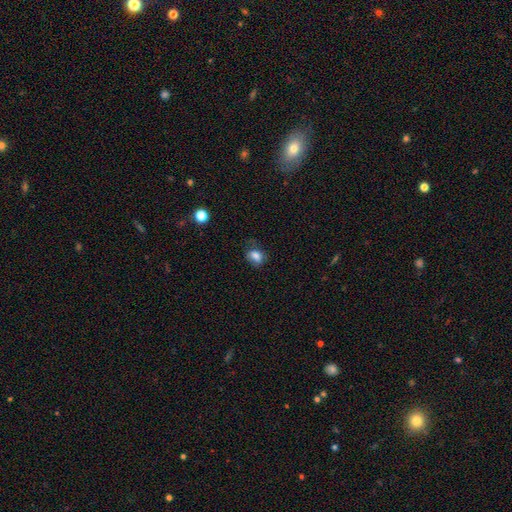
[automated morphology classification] This appears to be a smooth galaxy with no disk features (80%) that is in between round and cigar-shaped (66%). Merging: none (63%).